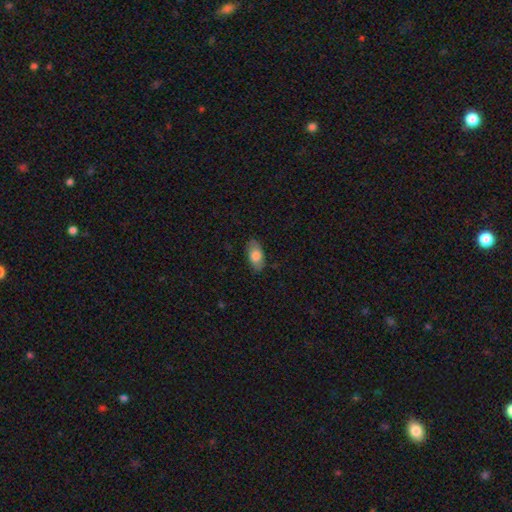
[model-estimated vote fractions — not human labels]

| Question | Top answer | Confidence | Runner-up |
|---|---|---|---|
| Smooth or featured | smooth | 77% | featured or disk (16%) |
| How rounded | in between | 91% | cigar-shaped (5%) |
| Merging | none | 84% | minor disturbance (12%) |